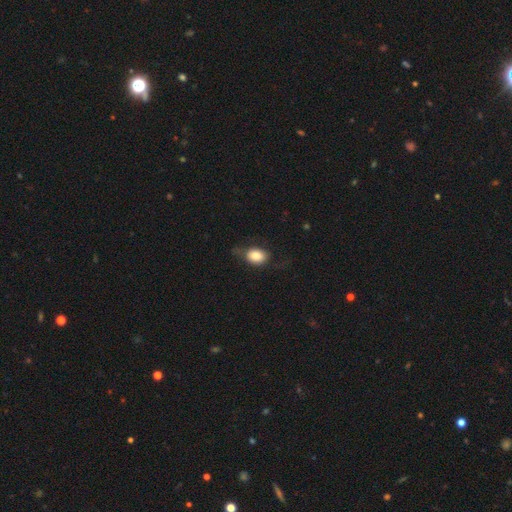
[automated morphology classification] type=smooth (80%); roundness=in between (72%); merging=none (63%).